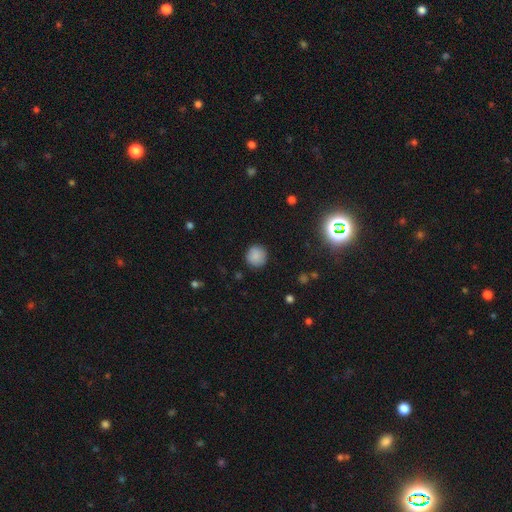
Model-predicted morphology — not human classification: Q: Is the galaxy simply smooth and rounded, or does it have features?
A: smooth — 85%.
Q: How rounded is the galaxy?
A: round — 94%.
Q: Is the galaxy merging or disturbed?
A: none — 88%.